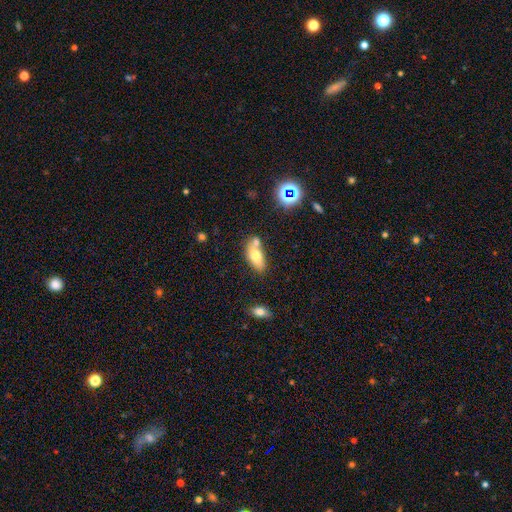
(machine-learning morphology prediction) smooth-or-featured: smooth: 69% | featured or disk: 21% | star or artifact: 10%
  how-rounded: in between: 86% | cigar-shaped: 9% | round: 5%
  merging: none: 43% | merger: 35% | minor disturbance: 16% | major disturbance: 6%